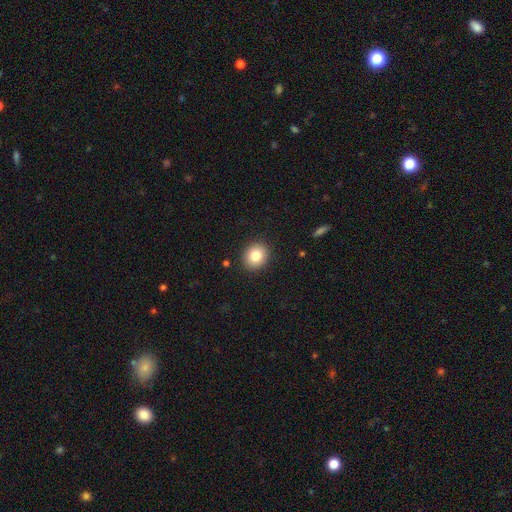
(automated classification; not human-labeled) Q: Smooth or featured?
A: smooth (81%); runner-up: star or artifact (10%)
Q: How rounded?
A: round (76%); runner-up: in between (23%)
Q: Merging?
A: none (90%); runner-up: minor disturbance (6%)